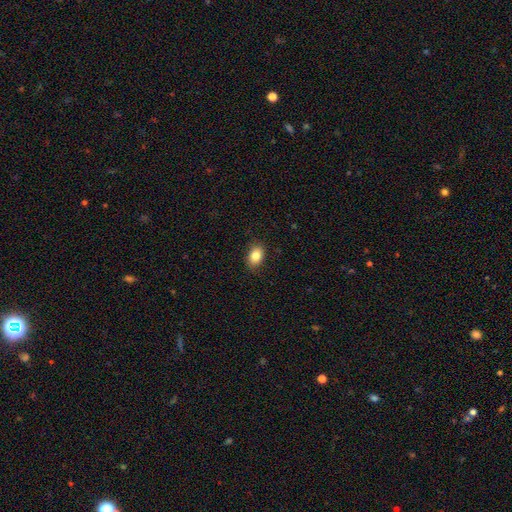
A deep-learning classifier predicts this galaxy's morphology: This appears to be a smooth galaxy with no disk features (84%) that is in between round and cigar-shaped (75%). Merging: none (86%).